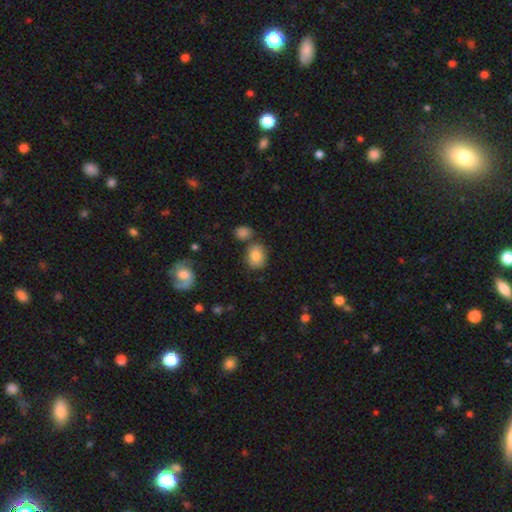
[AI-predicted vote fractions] Q: Smooth or featured?
A: smooth (79%); runner-up: featured or disk (12%)
Q: How rounded?
A: round (52%); runner-up: in between (47%)
Q: Merging?
A: none (69%); runner-up: minor disturbance (15%)